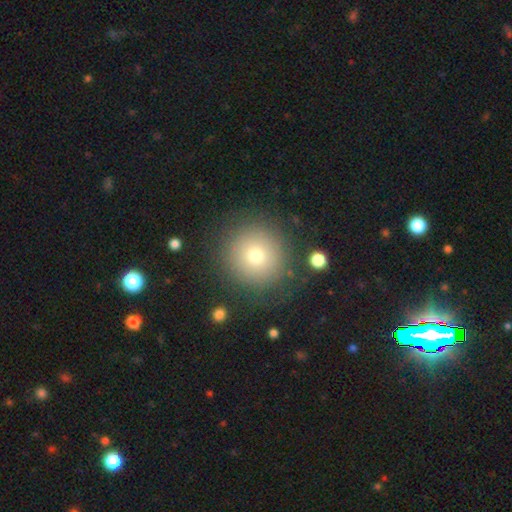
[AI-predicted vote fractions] A smooth galaxy with no disk features (73%) that is round (95%).

Vote fractions:
- Smooth or featured? smooth: 73% / featured or disk: 14% / star or artifact: 14%
- How rounded? round: 95% / in between: 4% / cigar-shaped: 1%
- Merging? none: 86% / minor disturbance: 8% / major disturbance: 4% / merger: 2%